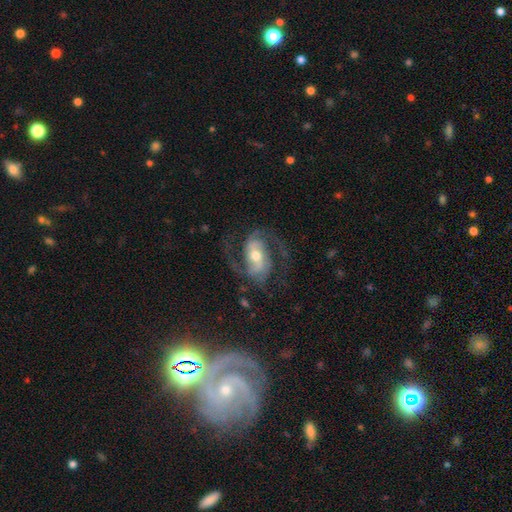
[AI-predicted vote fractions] A featured or disk galaxy (87%) with a weak bar (43%), 2 (87%) medium (55%) spiral arms (96%) and a moderate central bulge (64%). Merging: none (70%).